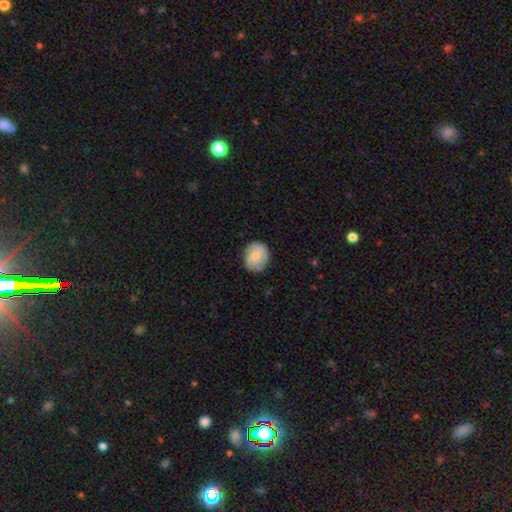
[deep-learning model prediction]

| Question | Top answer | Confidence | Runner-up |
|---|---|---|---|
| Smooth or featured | smooth | 65% | featured or disk (28%) |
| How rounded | round | 69% | in between (31%) |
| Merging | none | 73% | minor disturbance (20%) |